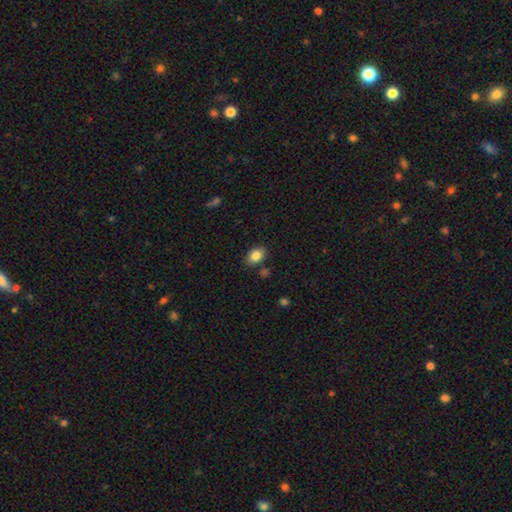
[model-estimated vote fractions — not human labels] Smooth or featured? smooth (85%)
How rounded? in between (79%)
Merging? none (82%)